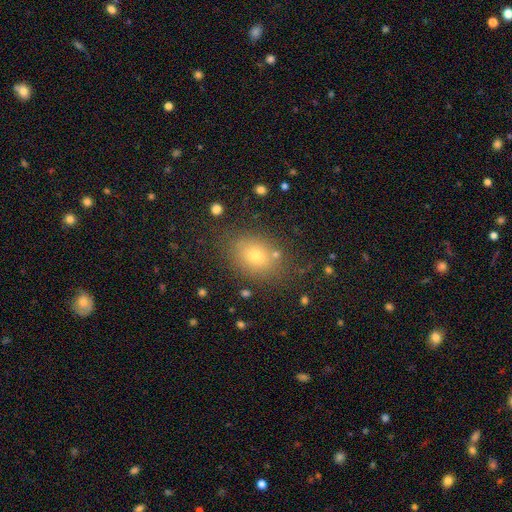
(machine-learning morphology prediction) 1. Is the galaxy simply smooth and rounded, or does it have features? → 73% smooth, 15% star or artifact, 12% featured or disk.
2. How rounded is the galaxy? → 68% in between, 30% round, 1% cigar-shaped.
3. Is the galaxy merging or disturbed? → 79% none, 12% minor disturbance, 4% major disturbance, 4% merger.